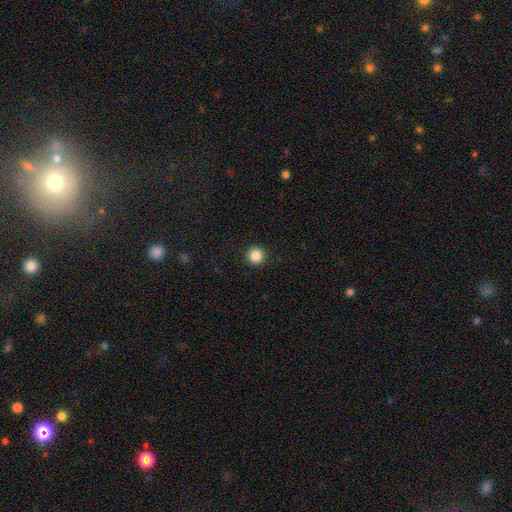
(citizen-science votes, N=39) Smooth or featured? smooth (92%)
How rounded? round (94%)
Merging? none (97%)